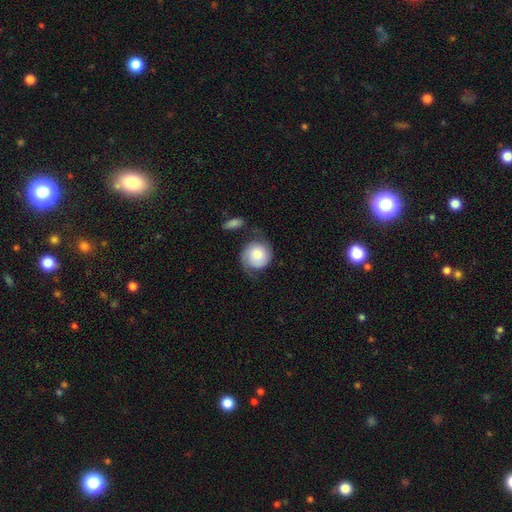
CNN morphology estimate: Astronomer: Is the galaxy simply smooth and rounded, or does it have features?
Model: smooth — 49% (runner-up: featured or disk, 44%).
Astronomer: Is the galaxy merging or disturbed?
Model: none — 53%.